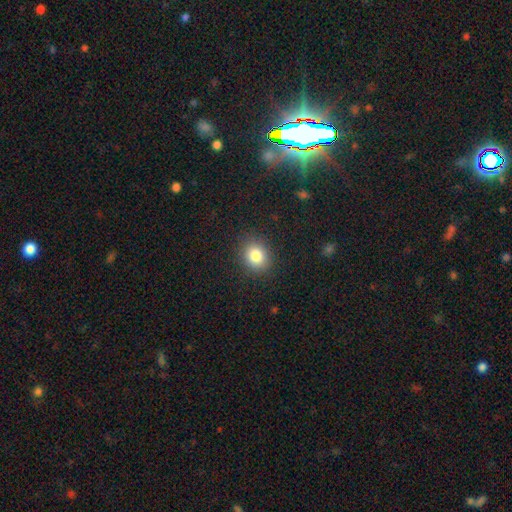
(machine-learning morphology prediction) This appears to be a smooth galaxy with no disk features (83%) that is round (68%). Merging: none (88%).